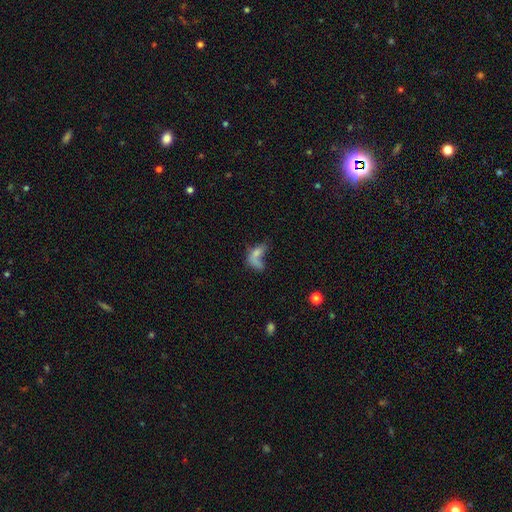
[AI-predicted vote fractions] smooth-or-featured: smooth: 58% | featured or disk: 28% | star or artifact: 14%
  how-rounded: in between: 74% | cigar-shaped: 15% | round: 11%
  merging: major disturbance: 34% | merger: 31% | none: 22% | minor disturbance: 13%